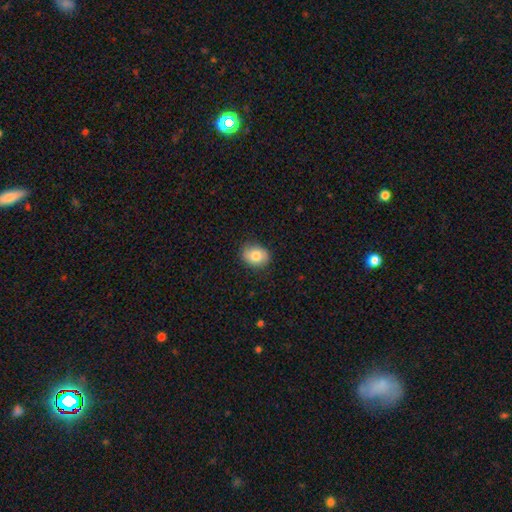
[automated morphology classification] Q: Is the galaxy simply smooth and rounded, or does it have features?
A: smooth — 82%.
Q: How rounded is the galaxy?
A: in between — 61%.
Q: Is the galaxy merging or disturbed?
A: none — 85%.